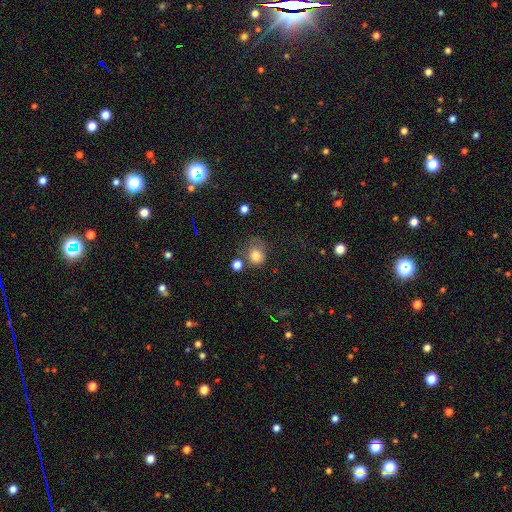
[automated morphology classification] A smooth galaxy with no disk features (80%) that is round (78%). Merging: none (50%).